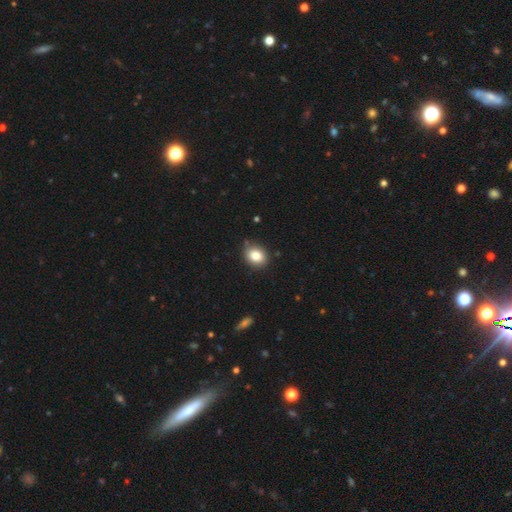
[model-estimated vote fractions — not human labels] smooth-or-featured: smooth: 82% | star or artifact: 10% | featured or disk: 8%
  how-rounded: round: 50% | in between: 49% | cigar-shaped: 1%
  merging: none: 83% | minor disturbance: 13% | major disturbance: 2% | merger: 2%